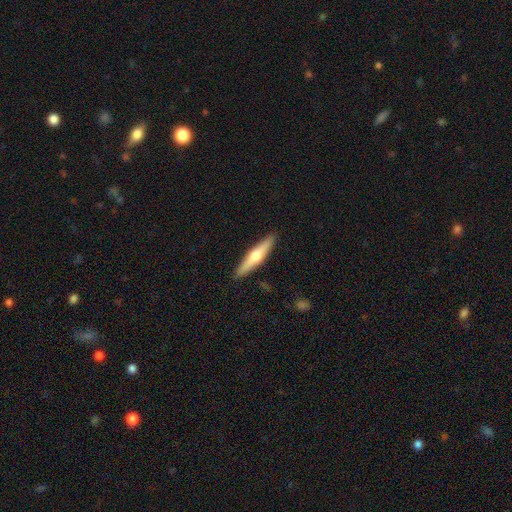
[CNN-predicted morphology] featured or disk 47% (tied), smooth 47% (tied), star or artifact 5%. Down the decision tree: merging — none (91%).